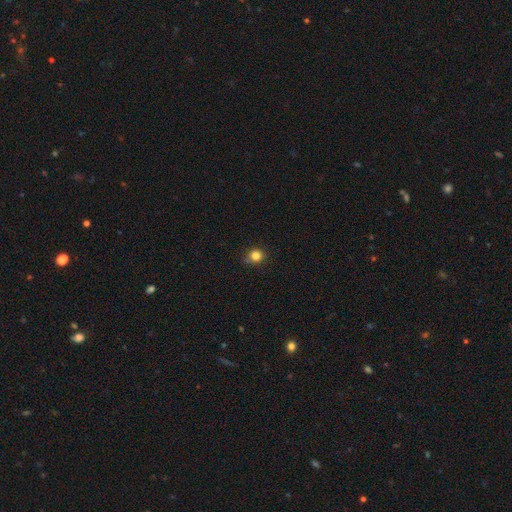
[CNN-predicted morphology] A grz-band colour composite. It shows a smooth galaxy with no disk features (82%) that is round (90%). Merging: none (81%).